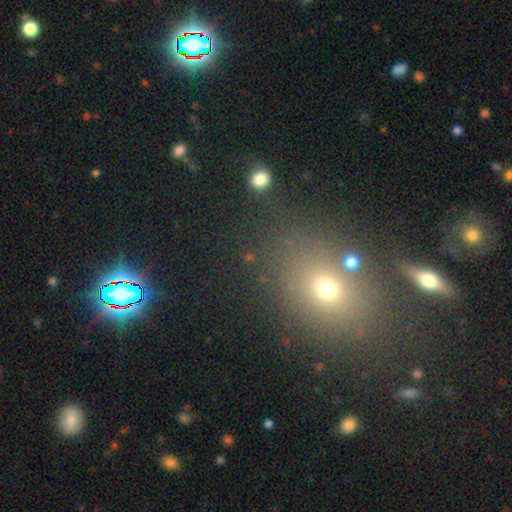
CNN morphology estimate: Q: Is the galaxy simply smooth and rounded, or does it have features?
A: smooth — 50%.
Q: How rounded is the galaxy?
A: round — 49%.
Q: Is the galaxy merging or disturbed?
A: none — 79%.